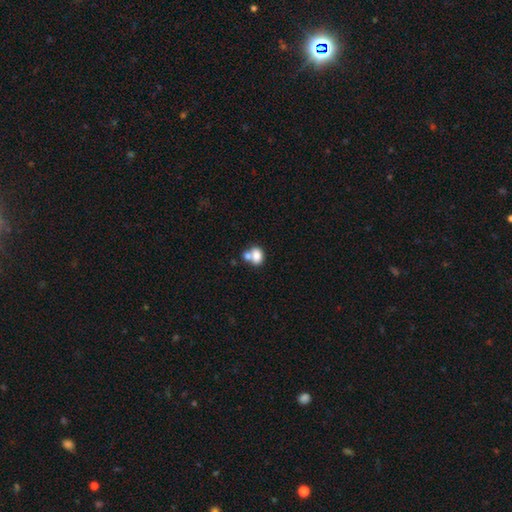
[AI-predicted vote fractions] Smooth or featured? smooth (78%)
How rounded? in between (70%)
Merging? merger (50%)